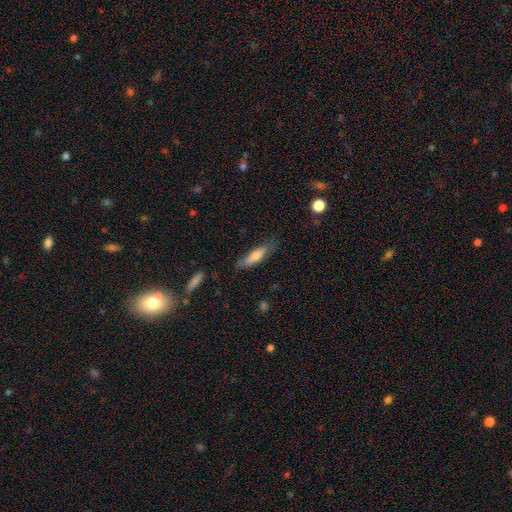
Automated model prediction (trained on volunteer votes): Morphology: type=smooth (62%); roundness=cigar-shaped (71%); merging=none (74%).